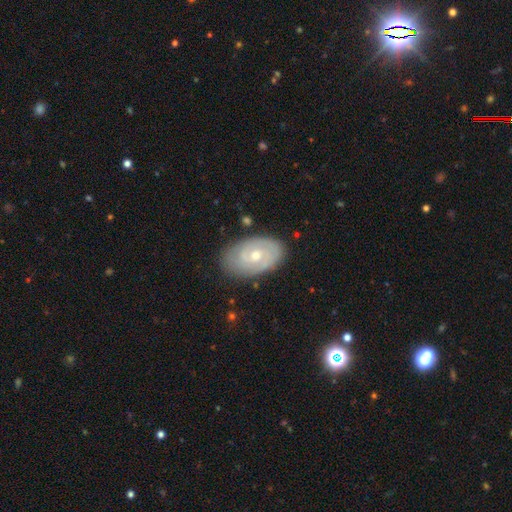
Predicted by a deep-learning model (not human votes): Smooth or featured? Predicted: featured or disk (p=0.71). Edge-on disk? Predicted: no (p=0.95). Bar? Predicted: no (p=0.67). Spiral arms? Predicted: yes (p=0.81). Spiral winding? Predicted: tight (p=0.68). Spiral arm count? Predicted: 2 (p=0.46). Bulge size? Predicted: moderate (p=0.59). Merging? Predicted: none (p=0.79).